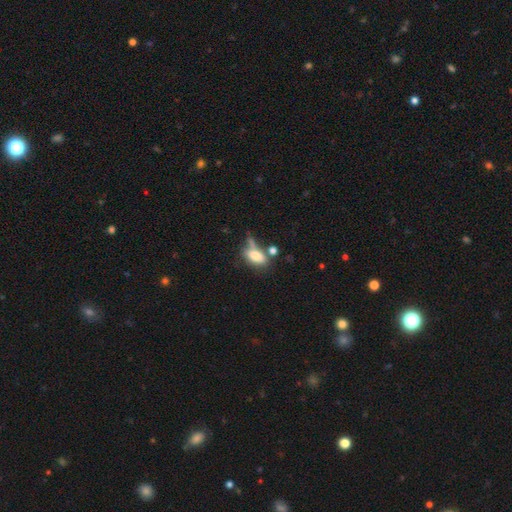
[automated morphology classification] smooth-or-featured: smooth: 72% | featured or disk: 19% | star or artifact: 10%
  how-rounded: in between: 83% | cigar-shaped: 9% | round: 7%
  merging: none: 37% | merger: 24% | minor disturbance: 22% | major disturbance: 17%